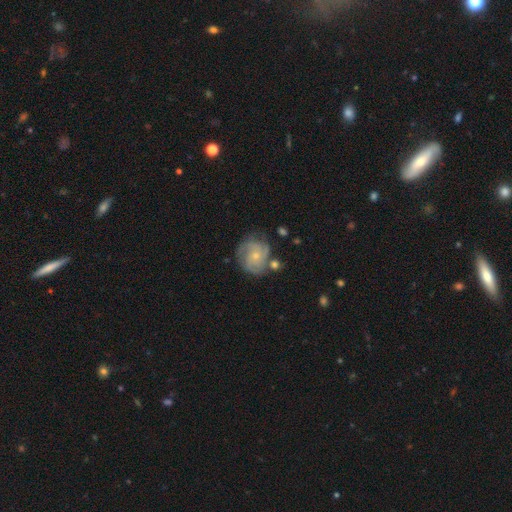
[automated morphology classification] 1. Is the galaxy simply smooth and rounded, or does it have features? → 75% featured or disk, 19% smooth, 7% star or artifact.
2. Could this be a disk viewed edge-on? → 98% no, 2% yes.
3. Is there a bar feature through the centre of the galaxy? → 76% no, 21% weak, 3% strong.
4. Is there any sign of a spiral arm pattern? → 93% yes, 7% no.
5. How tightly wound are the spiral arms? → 50% tight, 39% medium, 11% loose.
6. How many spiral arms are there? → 41% 3, 20% can't tell, 16% 2, 14% 4, 5% 1, 5% more than 4.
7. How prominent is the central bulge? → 73% small, 22% moderate, 3% none, 1% large, 1% dominant.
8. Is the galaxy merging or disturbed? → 65% none, 20% minor disturbance, 8% major disturbance, 7% merger.